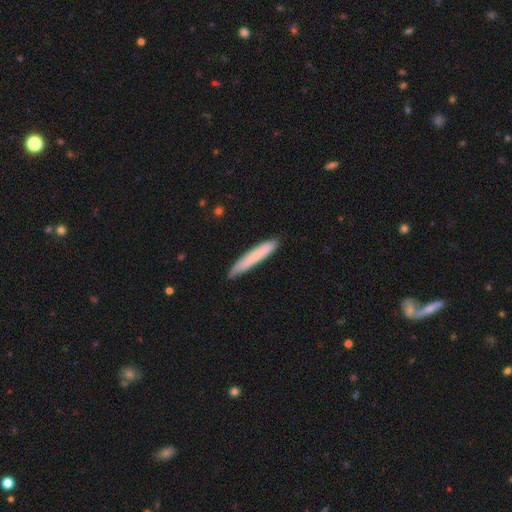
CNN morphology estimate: Smooth or featured?
  - smooth: 74% *
  - featured or disk: 20%
  - star or artifact: 6%
How rounded?
  - cigar-shaped: 94% *
  - in between: 5%
  - round: 1%
Merging?
  - none: 85% *
  - minor disturbance: 12%
  - major disturbance: 2%
  - merger: 1%